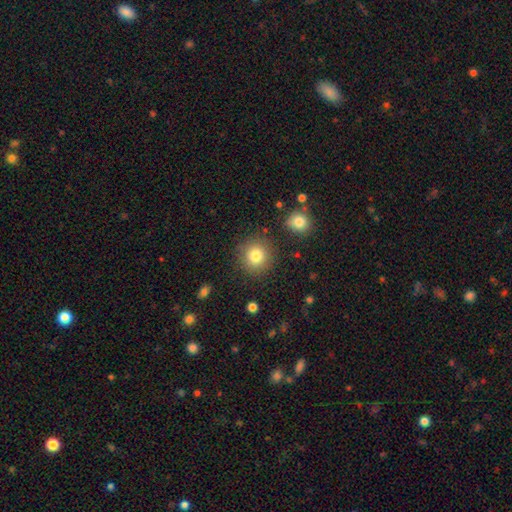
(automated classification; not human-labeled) This appears to be a smooth galaxy with no disk features (82%) that is round (92%). Merging: none (86%).